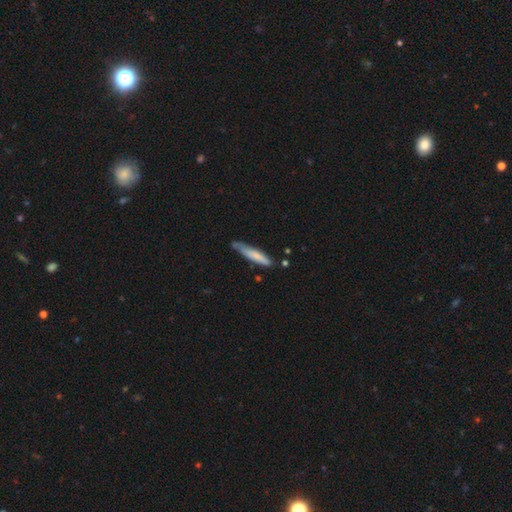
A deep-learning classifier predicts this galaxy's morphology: smooth_or_featured: smooth (p=0.71) [alt: featured or disk p=0.23]
how_rounded: cigar-shaped (p=0.89) [alt: in between p=0.10]
merging: none (p=0.56) [alt: minor disturbance p=0.32]